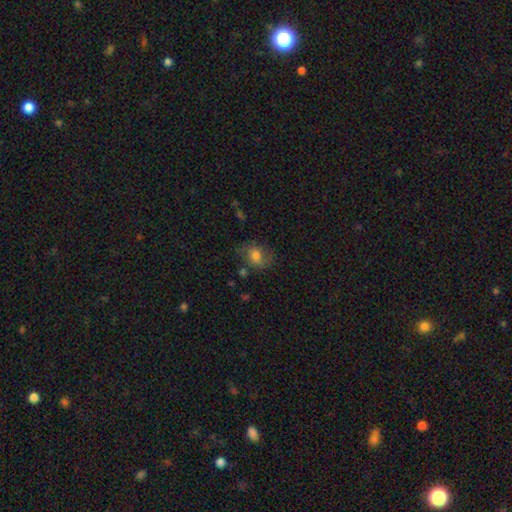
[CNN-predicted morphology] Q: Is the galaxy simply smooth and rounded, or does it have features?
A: smooth — 62%.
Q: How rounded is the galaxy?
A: in between — 55%.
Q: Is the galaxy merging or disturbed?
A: none — 59%.